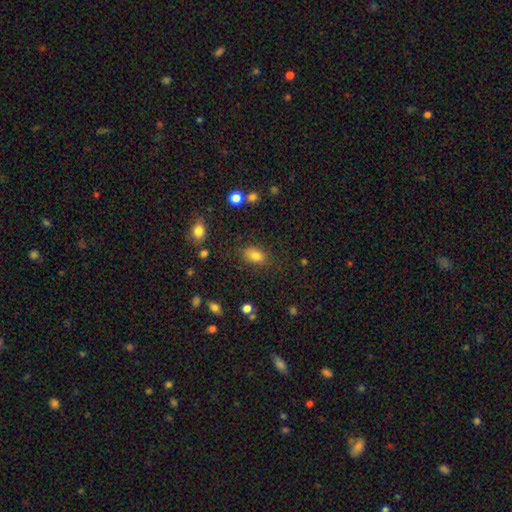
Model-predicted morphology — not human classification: Q: Smooth or featured?
A: smooth (80%); runner-up: star or artifact (11%)
Q: How rounded?
A: in between (83%); runner-up: round (14%)
Q: Merging?
A: none (79%); runner-up: minor disturbance (14%)